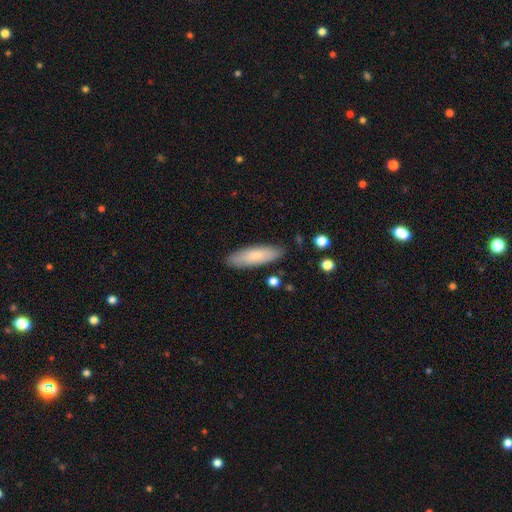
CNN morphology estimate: Smooth or featured?
  - smooth: 78% *
  - featured or disk: 16%
  - star or artifact: 6%
How rounded?
  - cigar-shaped: 53% *
  - in between: 45%
  - round: 2%
Merging?
  - none: 86% *
  - minor disturbance: 10%
  - major disturbance: 2%
  - merger: 2%